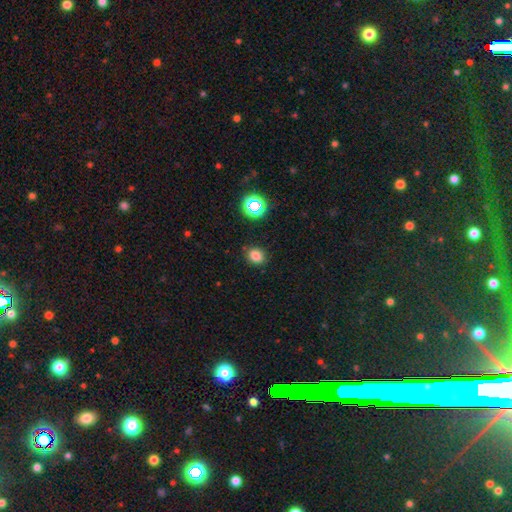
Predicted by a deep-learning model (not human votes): Smooth or featured: smooth — 78% (star or artifact — 16%)
How rounded: round — 60% (in between — 40%)
Merging: none — 85% (minor disturbance — 10%)